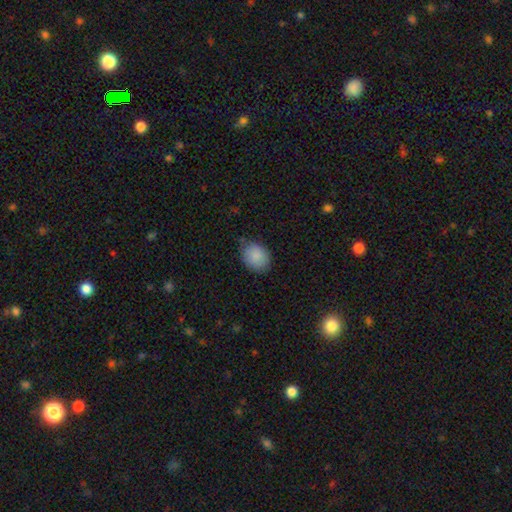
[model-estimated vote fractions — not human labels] Overall: smooth (88%). How rounded: in between (55%; round 44%). Merging: none (74%).